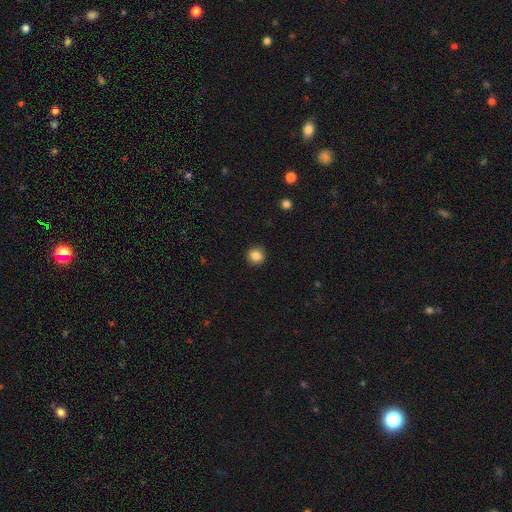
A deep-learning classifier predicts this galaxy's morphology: A smooth galaxy with no disk features (86%) that is round (92%). Merging: none (92%).